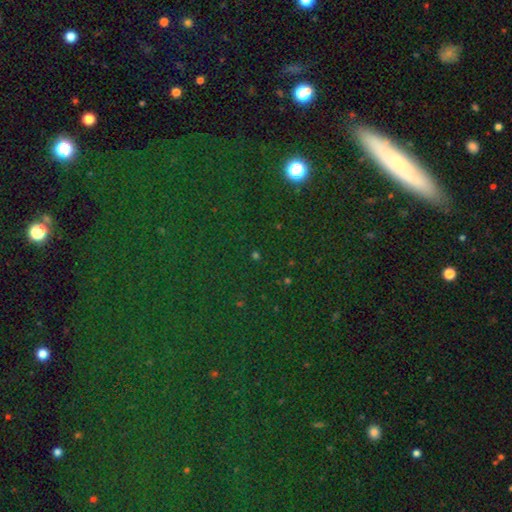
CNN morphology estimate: Smooth or featured?
  - star or artifact: 68% *
  - smooth: 24%
  - featured or disk: 8%